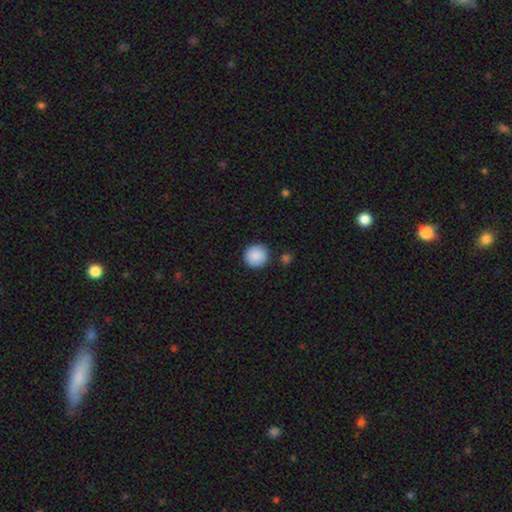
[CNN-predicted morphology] A smooth galaxy with no disk features (90%) that is round (95%).

Vote fractions:
- Smooth or featured? smooth: 90% / star or artifact: 7% / featured or disk: 3%
- How rounded? round: 95% / in between: 4% / cigar-shaped: 1%
- Merging? none: 89% / minor disturbance: 6% / merger: 3% / major disturbance: 2%